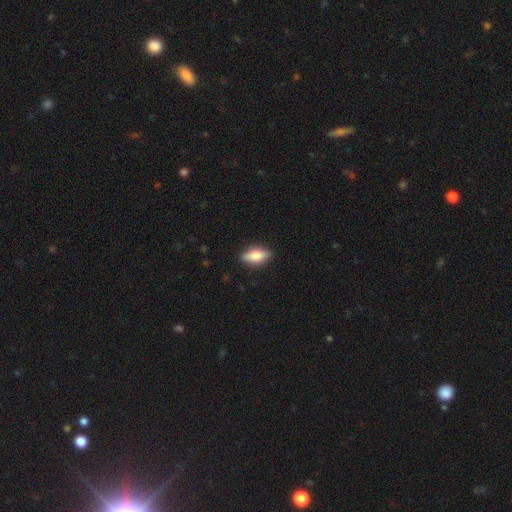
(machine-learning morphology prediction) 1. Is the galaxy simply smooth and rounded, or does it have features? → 70% smooth, 23% featured or disk, 7% star or artifact.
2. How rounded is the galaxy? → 76% in between, 20% cigar-shaped, 4% round.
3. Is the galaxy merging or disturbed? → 86% none, 11% minor disturbance, 2% major disturbance, 1% merger.